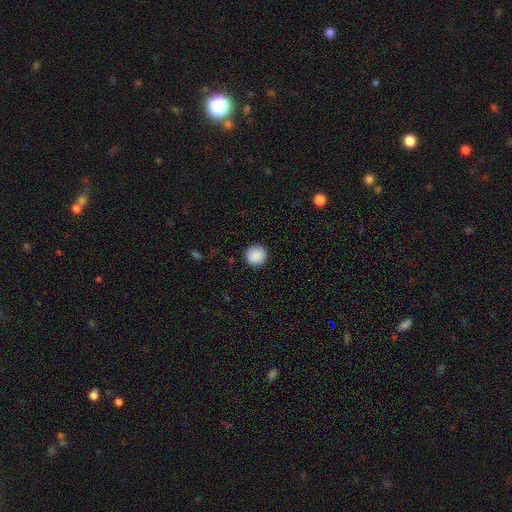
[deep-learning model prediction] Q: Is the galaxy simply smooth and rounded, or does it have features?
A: smooth — 89%.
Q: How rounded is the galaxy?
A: round — 94%.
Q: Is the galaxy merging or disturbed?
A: none — 91%.